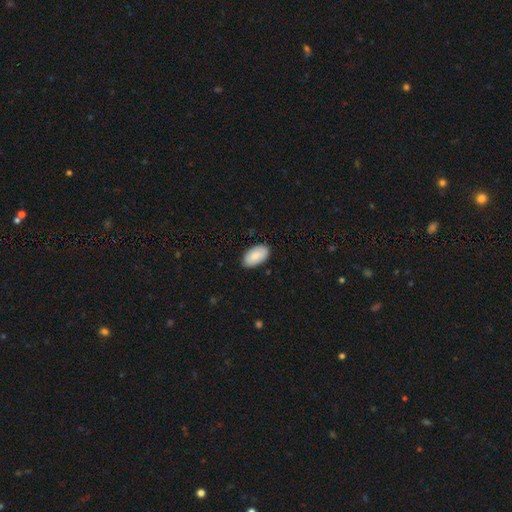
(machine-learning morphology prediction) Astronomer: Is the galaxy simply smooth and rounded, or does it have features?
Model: smooth — 83%.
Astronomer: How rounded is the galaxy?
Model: in between — 96%.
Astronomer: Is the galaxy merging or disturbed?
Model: none — 87%.